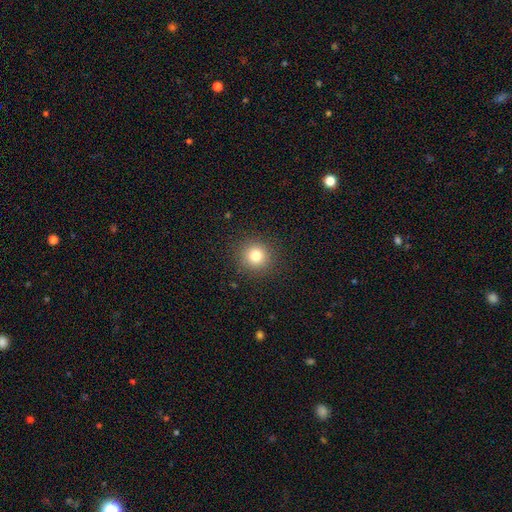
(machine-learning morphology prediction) Smooth or featured: smooth — 80% (star or artifact — 13%)
How rounded: round — 93% (in between — 6%)
Merging: none — 91% (minor disturbance — 6%)